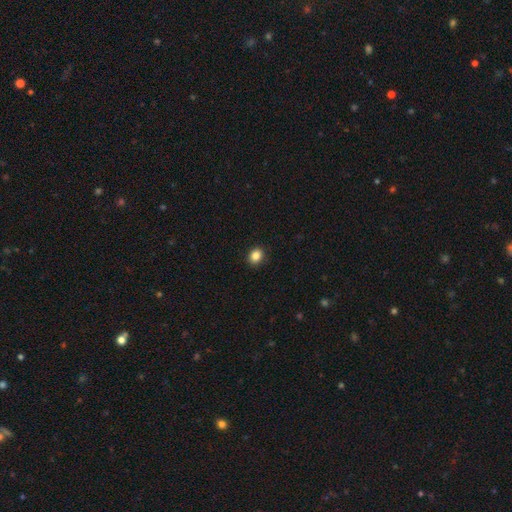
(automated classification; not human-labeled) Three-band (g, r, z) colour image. It shows a smooth galaxy with no disk features (86%) that is round (62%). Merging: none (91%).